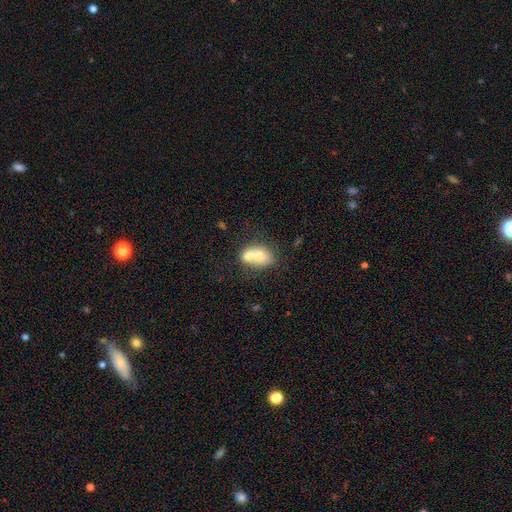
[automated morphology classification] Smooth or featured? Predicted: smooth (p=0.65). How rounded? Predicted: in between (p=0.62). Merging? Predicted: merger (p=0.68).